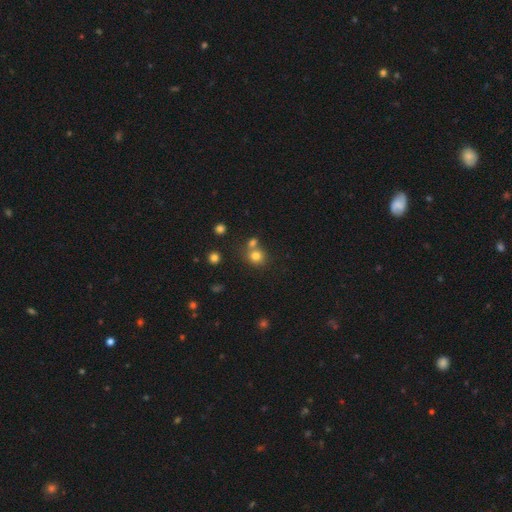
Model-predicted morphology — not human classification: A smooth galaxy with no disk features (78%) that is round (84%). Merging: none (57%).